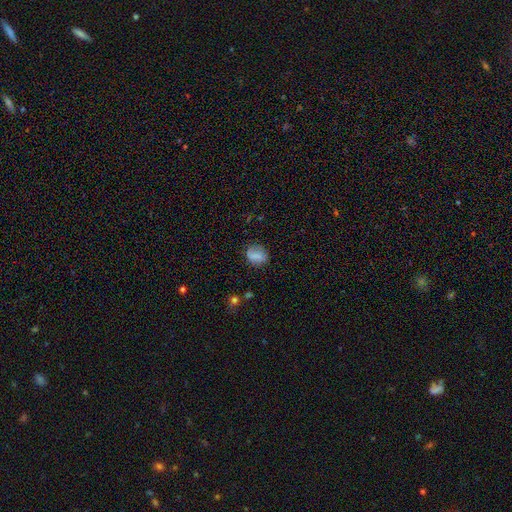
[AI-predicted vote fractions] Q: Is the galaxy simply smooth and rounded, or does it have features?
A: smooth — 76%.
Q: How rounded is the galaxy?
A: round — 51%.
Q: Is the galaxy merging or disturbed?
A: none — 70%.